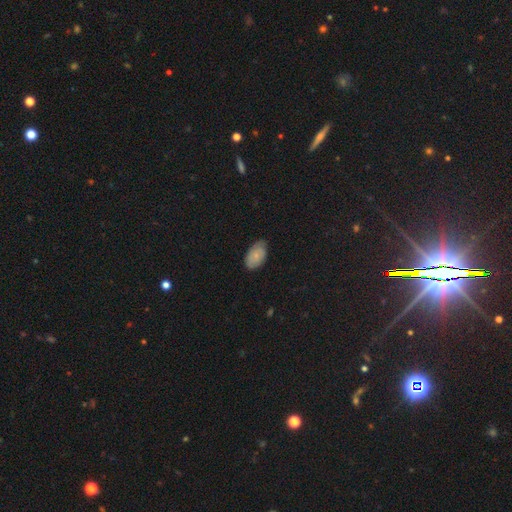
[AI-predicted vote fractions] smooth-or-featured: smooth: 68% | featured or disk: 25% | star or artifact: 7%
  how-rounded: in between: 93% | round: 6% | cigar-shaped: 1%
  merging: none: 71% | minor disturbance: 24% | major disturbance: 4% | merger: 1%